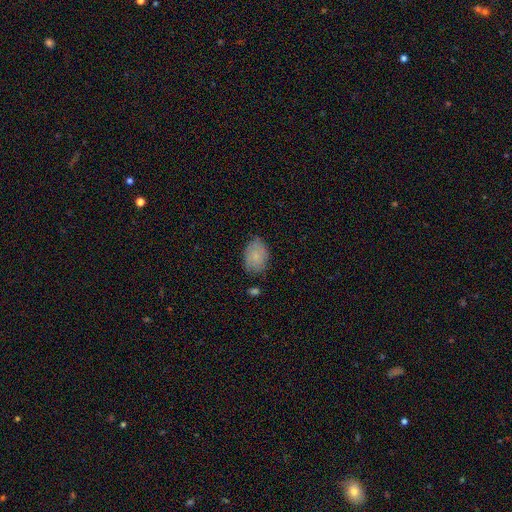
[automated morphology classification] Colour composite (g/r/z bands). It shows a smooth galaxy with no disk features (80%) that is in between round and cigar-shaped (81%). Merging: none (74%).